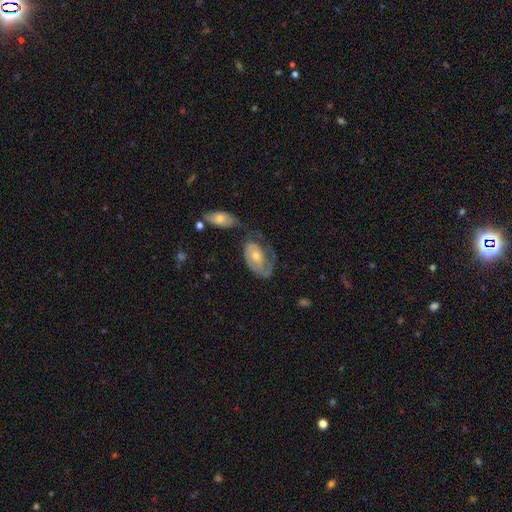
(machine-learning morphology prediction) Smooth or featured?
  - featured or disk: 63% *
  - smooth: 32%
  - star or artifact: 5%
Edge-on disk?
  - no: 94% *
  - yes: 6%
Bar?
  - no: 70% *
  - weak: 25%
  - strong: 5%
Spiral arms?
  - yes: 73% *
  - no: 27%
Bulge size?
  - moderate: 58% *
  - small: 34%
  - large: 5%
  - none: 2%
  - dominant: 1%
Merging?
  - none: 32% *
  - major disturbance: 30%
  - minor disturbance: 24%
  - merger: 14%